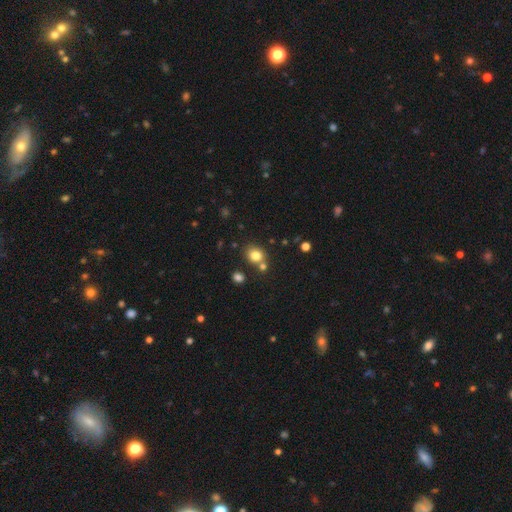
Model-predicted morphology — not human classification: A smooth galaxy with no disk features (80%) that is round (67%).

Vote fractions:
- Smooth or featured? smooth: 80% / star or artifact: 13% / featured or disk: 8%
- How rounded? round: 67% / in between: 32% / cigar-shaped: 1%
- Merging? none: 65% / merger: 21% / minor disturbance: 11% / major disturbance: 3%